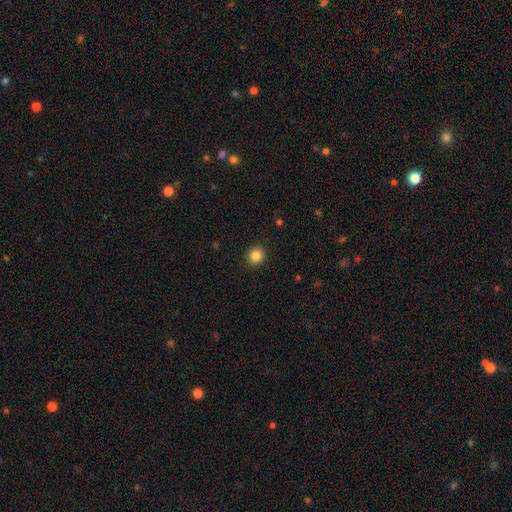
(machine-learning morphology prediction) Smooth or featured: smooth — 85% (star or artifact — 11%)
How rounded: round — 82% (in between — 17%)
Merging: none — 92% (minor disturbance — 6%)